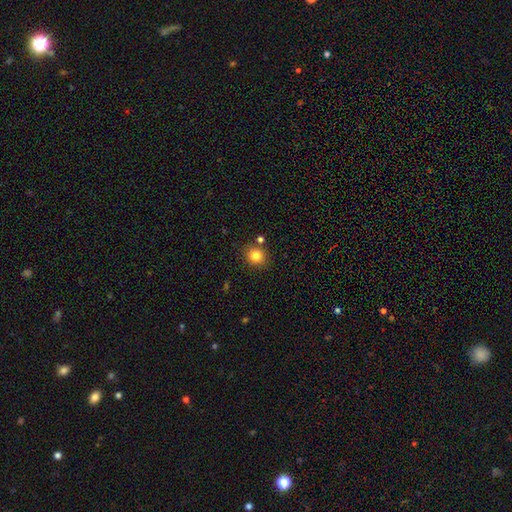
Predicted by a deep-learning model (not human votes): Smooth or featured: smooth — 82% (star or artifact — 11%)
How rounded: round — 85% (in between — 14%)
Merging: none — 83% (minor disturbance — 8%)